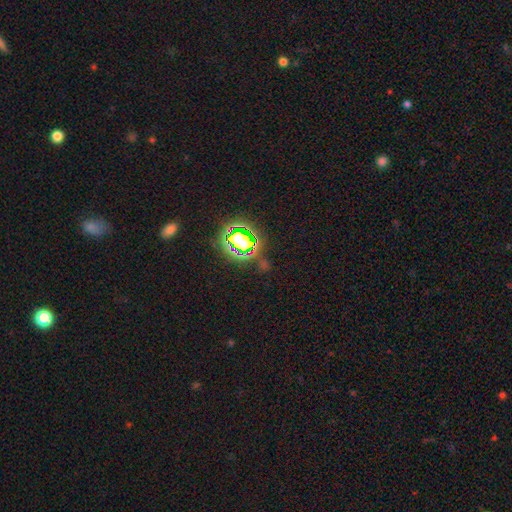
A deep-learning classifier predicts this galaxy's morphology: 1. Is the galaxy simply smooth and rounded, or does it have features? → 79% star or artifact, 15% smooth, 6% featured or disk.